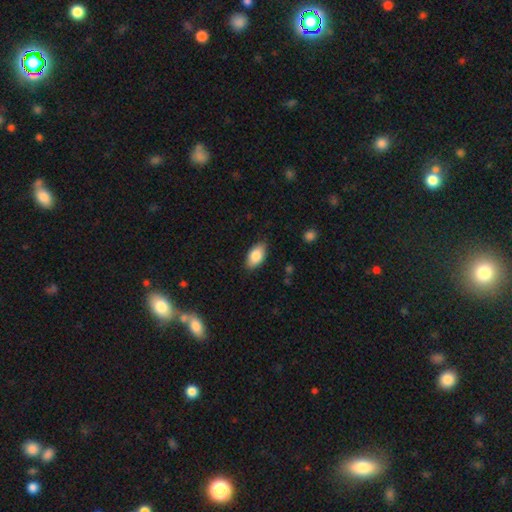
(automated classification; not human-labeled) smooth 85%, featured or disk 8%, star or artifact 7%. Down the decision tree: how rounded — in between (93%); merging — none (85%).